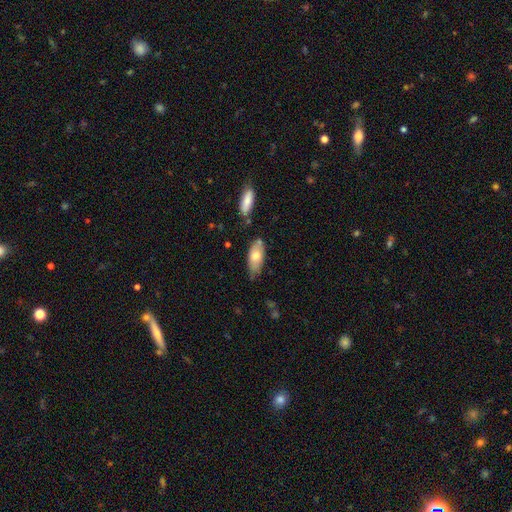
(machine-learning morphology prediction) This appears to be a smooth galaxy with no disk features (73%) that is in between round and cigar-shaped (86%). Merging: none (64%).